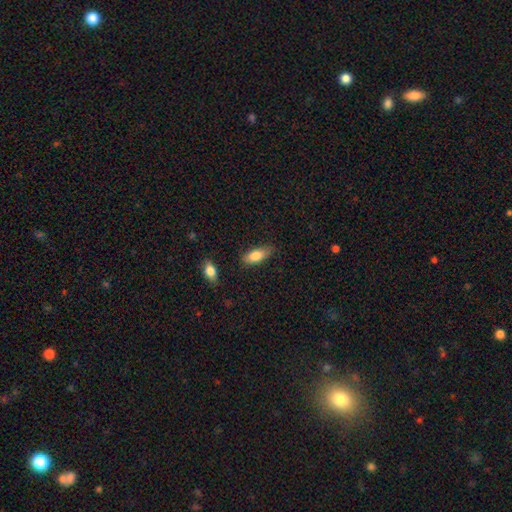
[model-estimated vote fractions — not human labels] Smooth or featured?
  - smooth: 81% *
  - featured or disk: 12%
  - star or artifact: 7%
How rounded?
  - in between: 80% *
  - cigar-shaped: 17%
  - round: 3%
Merging?
  - none: 75% *
  - minor disturbance: 19%
  - major disturbance: 3%
  - merger: 2%